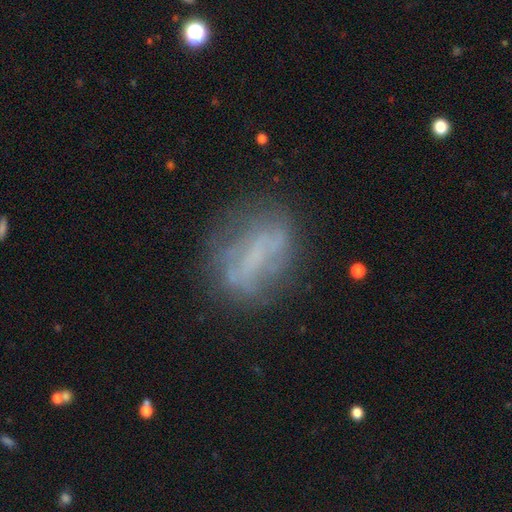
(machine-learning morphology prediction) type=featured or disk (48%); merging=none (67%).